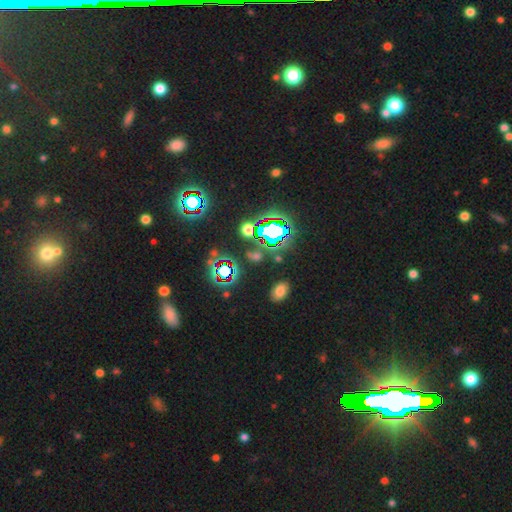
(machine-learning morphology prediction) Q: Smooth or featured?
A: star or artifact (63%); runner-up: smooth (23%)